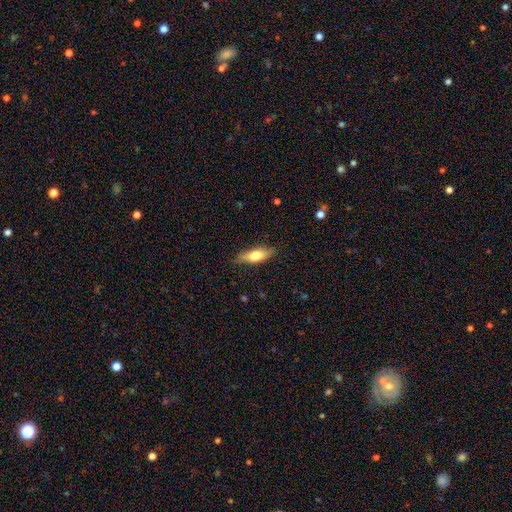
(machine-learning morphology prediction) A smooth galaxy with no disk features (66%) that is in between round and cigar-shaped (60%). Merging: none (77%).